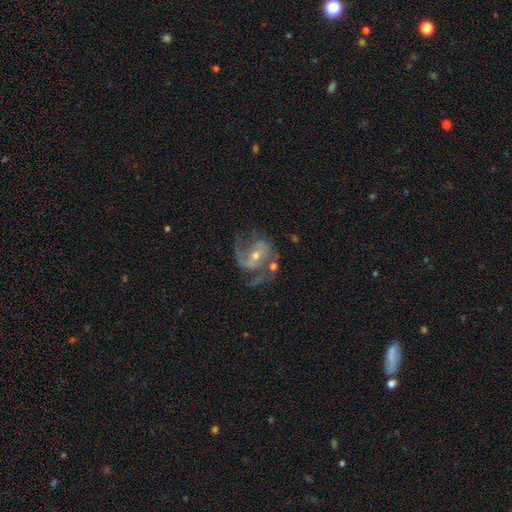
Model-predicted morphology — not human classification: smooth_or_featured: featured or disk (p=0.89) [alt: star or artifact p=0.06]
disk_edge_on: no (p=0.98) [alt: yes p=0.02]
bar: no (p=0.46) [alt: weak p=0.39]
has_spiral_arms: yes (p=0.96) [alt: no p=0.04]
spiral_winding: medium (p=0.55) [alt: loose p=0.25]
spiral_arm_count: 2 (p=0.74) [alt: 3 p=0.10]
bulge_size: small (p=0.51) [alt: moderate p=0.45]
merging: none (p=0.58) [alt: minor disturbance p=0.18]